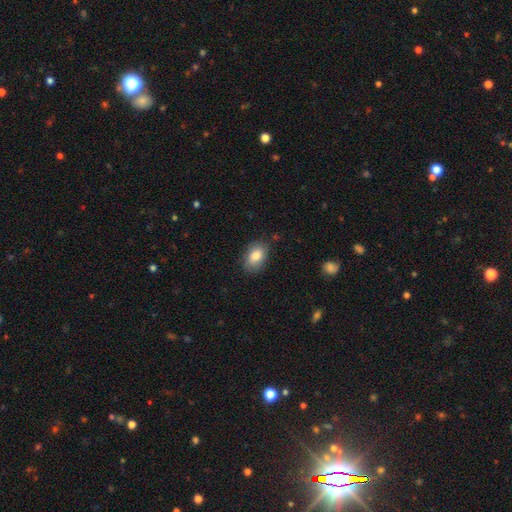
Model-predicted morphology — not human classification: Q: Smooth or featured?
A: smooth (81%); runner-up: featured or disk (12%)
Q: How rounded?
A: in between (87%); runner-up: round (11%)
Q: Merging?
A: none (78%); runner-up: minor disturbance (17%)